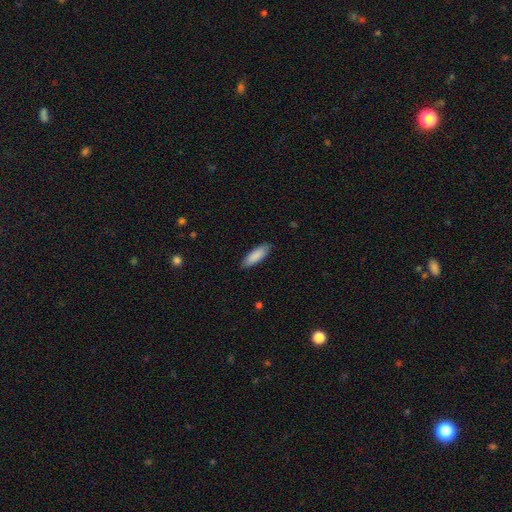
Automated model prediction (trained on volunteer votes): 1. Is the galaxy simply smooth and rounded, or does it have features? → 89% smooth, 6% featured or disk, 5% star or artifact.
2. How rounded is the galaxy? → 61% in between, 37% cigar-shaped, 1% round.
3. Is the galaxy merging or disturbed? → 87% none, 10% minor disturbance, 2% major disturbance, 1% merger.